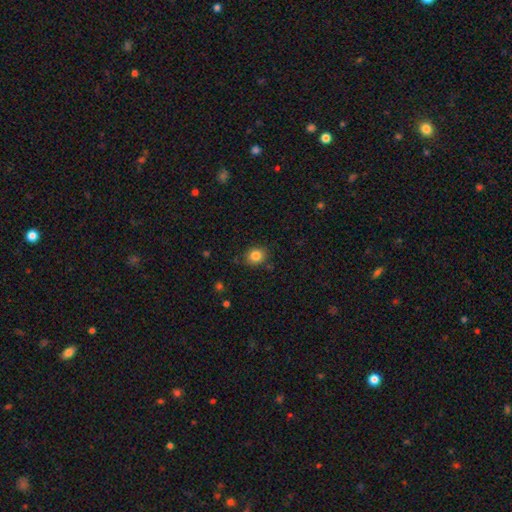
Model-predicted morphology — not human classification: type=smooth (83%); roundness=round (74%); merging=none (84%).